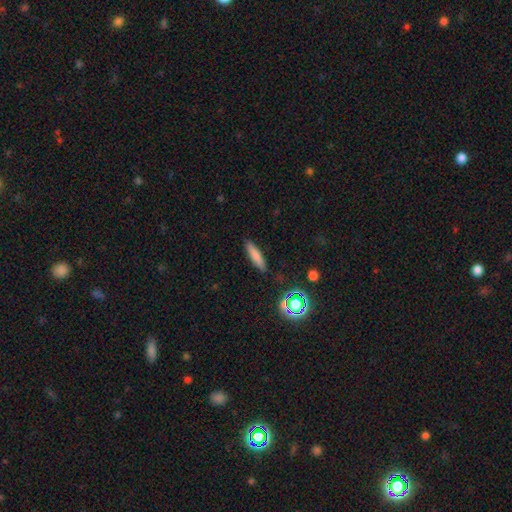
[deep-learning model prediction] This appears to be a smooth galaxy with no disk features (75%) that is cigar-shaped (78%). Merging: none (87%).